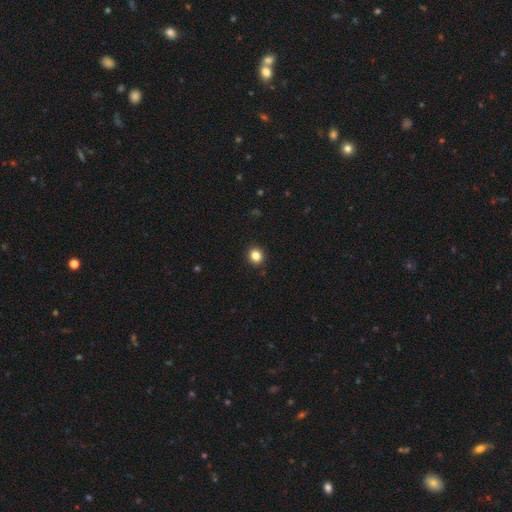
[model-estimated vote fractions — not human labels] Overall: smooth (84%). How rounded: round (86%). Merging: none (92%).